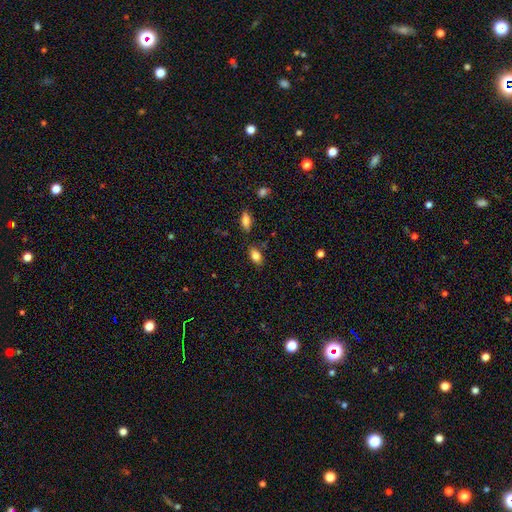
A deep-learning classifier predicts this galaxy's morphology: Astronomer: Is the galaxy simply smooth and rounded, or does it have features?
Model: smooth — 83%.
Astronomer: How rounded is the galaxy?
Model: in between — 88%.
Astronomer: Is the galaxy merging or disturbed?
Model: none — 80%.